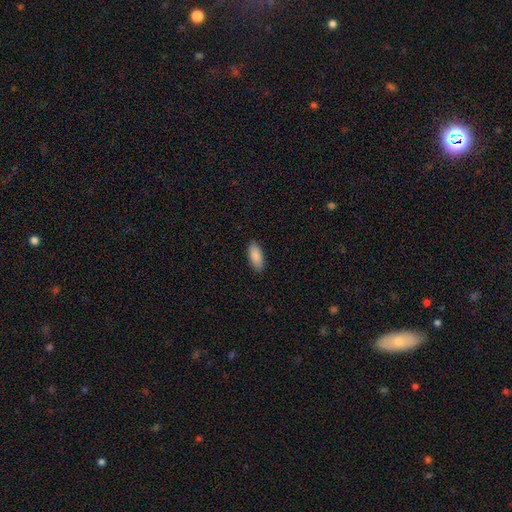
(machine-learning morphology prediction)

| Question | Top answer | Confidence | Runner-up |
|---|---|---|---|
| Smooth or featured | smooth | 90% | star or artifact (6%) |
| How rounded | in between | 85% | cigar-shaped (13%) |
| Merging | none | 89% | minor disturbance (8%) |